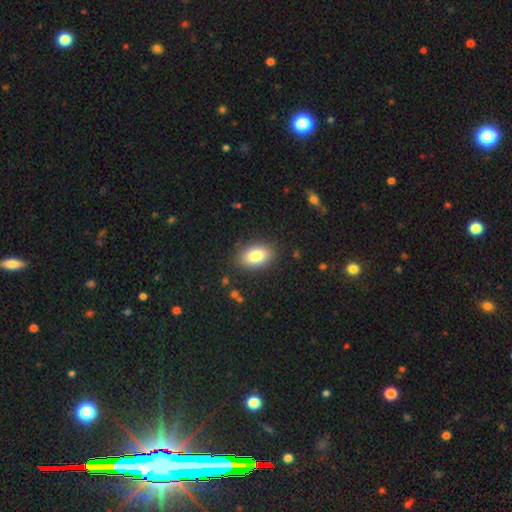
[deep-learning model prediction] Smooth or featured: smooth — 81% (featured or disk — 11%)
How rounded: in between — 89% (round — 10%)
Merging: none — 87% (minor disturbance — 9%)